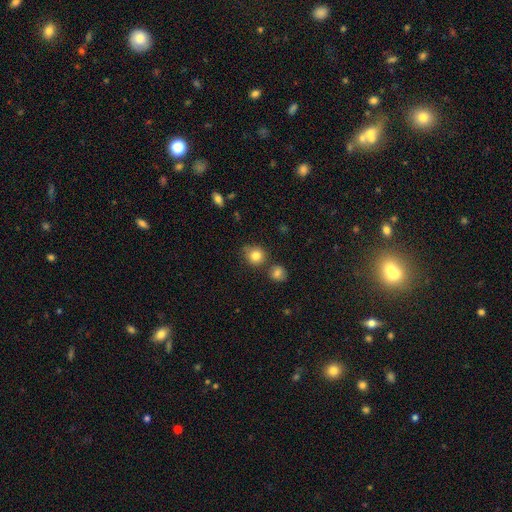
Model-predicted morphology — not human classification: smooth-or-featured: smooth: 83% | star or artifact: 11% | featured or disk: 6%
  how-rounded: round: 87% | in between: 12% | cigar-shaped: 1%
  merging: none: 71% | minor disturbance: 14% | merger: 12% | major disturbance: 3%